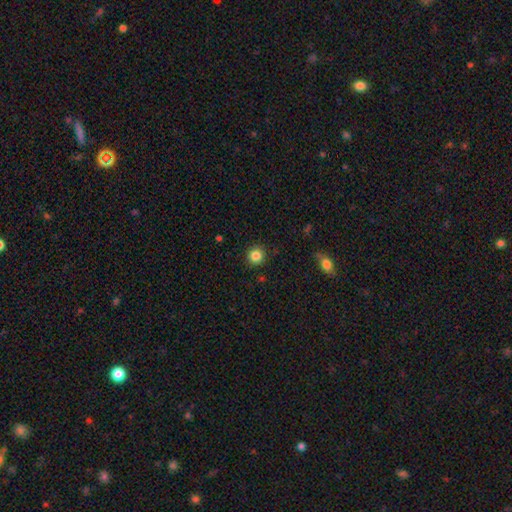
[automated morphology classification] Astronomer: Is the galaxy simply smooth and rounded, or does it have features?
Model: smooth — 84%.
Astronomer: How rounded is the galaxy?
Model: round — 93%.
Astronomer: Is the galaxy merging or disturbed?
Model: none — 91%.